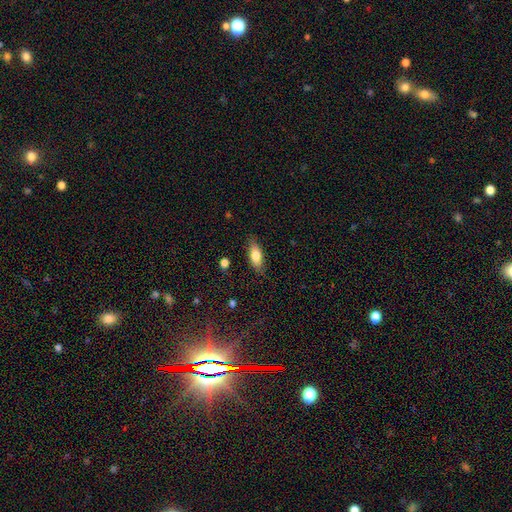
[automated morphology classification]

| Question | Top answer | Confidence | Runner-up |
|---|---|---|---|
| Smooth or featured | smooth | 77% | featured or disk (16%) |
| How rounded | in between | 78% | cigar-shaped (20%) |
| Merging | none | 84% | minor disturbance (12%) |